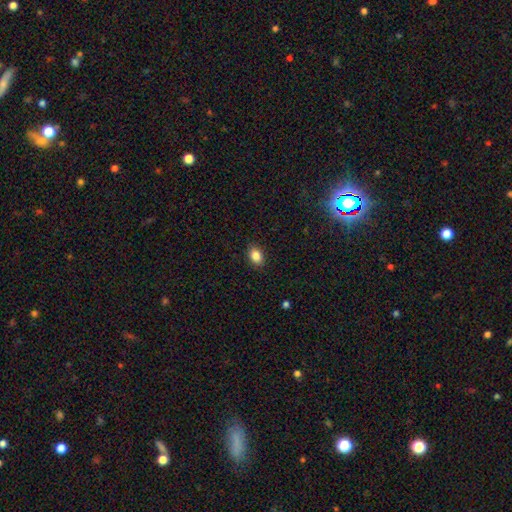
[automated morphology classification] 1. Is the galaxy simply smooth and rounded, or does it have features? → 86% smooth, 9% star or artifact, 5% featured or disk.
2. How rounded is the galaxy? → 77% in between, 22% round, 1% cigar-shaped.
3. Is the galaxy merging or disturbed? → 88% none, 8% minor disturbance, 2% major disturbance, 1% merger.